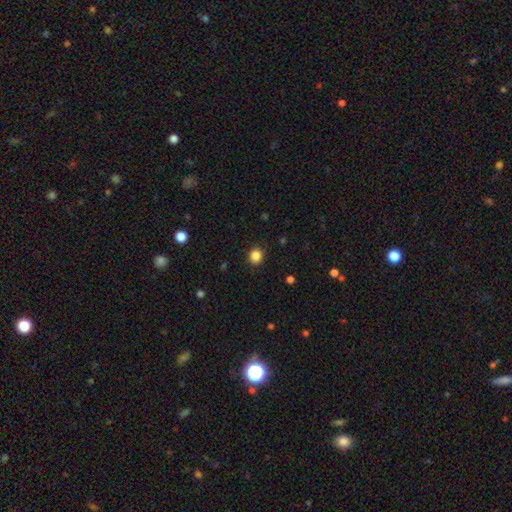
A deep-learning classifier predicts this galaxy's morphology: type=smooth (85%); roundness=round (87%); merging=none (90%).